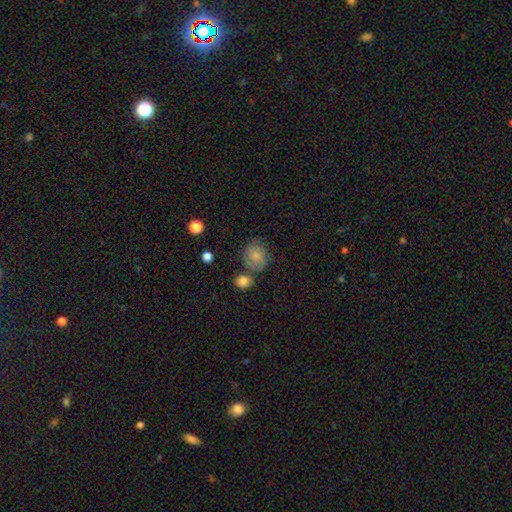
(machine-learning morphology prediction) Q: Smooth or featured?
A: smooth (73%); runner-up: featured or disk (18%)
Q: How rounded?
A: round (70%); runner-up: in between (29%)
Q: Merging?
A: none (59%); runner-up: minor disturbance (19%)